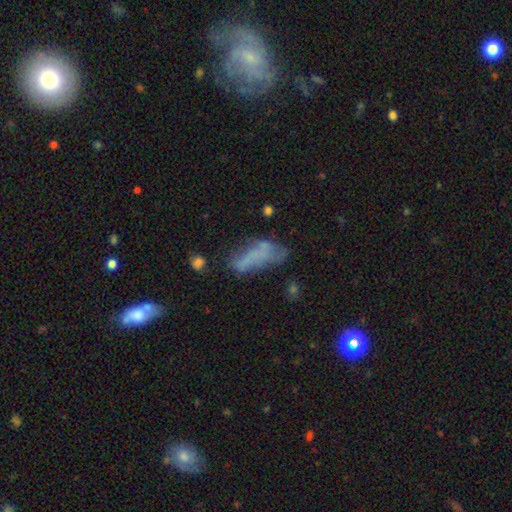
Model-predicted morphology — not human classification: Smooth or featured?
  - smooth: 49% *
  - featured or disk: 35%
  - star or artifact: 16%
Merging?
  - none: 36% *
  - major disturbance: 27%
  - minor disturbance: 26%
  - merger: 11%